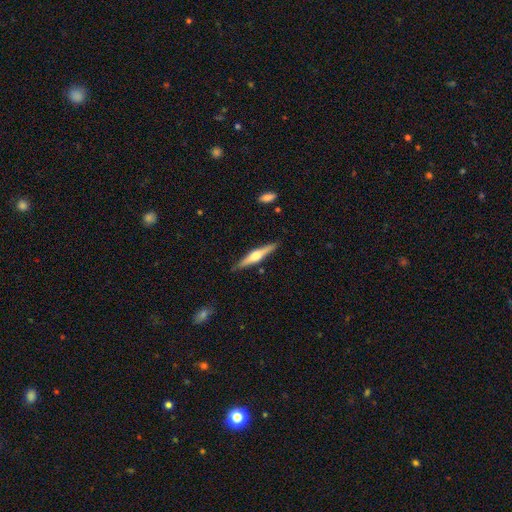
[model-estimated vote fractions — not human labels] smooth_or_featured: featured or disk (p=0.64) [alt: smooth p=0.31]
disk_edge_on: yes (p=0.97) [alt: no p=0.03]
edge_on_bulge: rounded (p=0.90) [alt: boxy p=0.06]
merging: none (p=0.87) [alt: minor disturbance p=0.09]